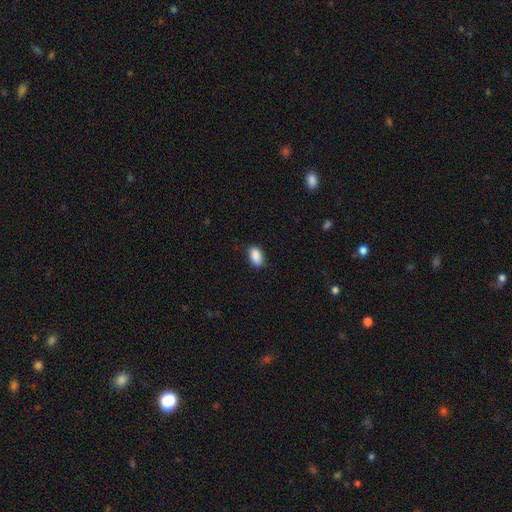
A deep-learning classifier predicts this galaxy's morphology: Q: Smooth or featured?
A: smooth (90%); runner-up: star or artifact (7%)
Q: How rounded?
A: in between (92%); runner-up: round (5%)
Q: Merging?
A: none (84%); runner-up: minor disturbance (12%)